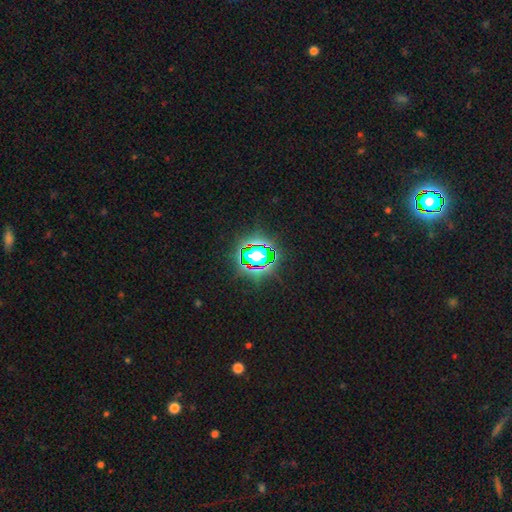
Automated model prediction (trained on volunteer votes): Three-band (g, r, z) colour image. It shows a star or artifact, not a galaxy (70%).